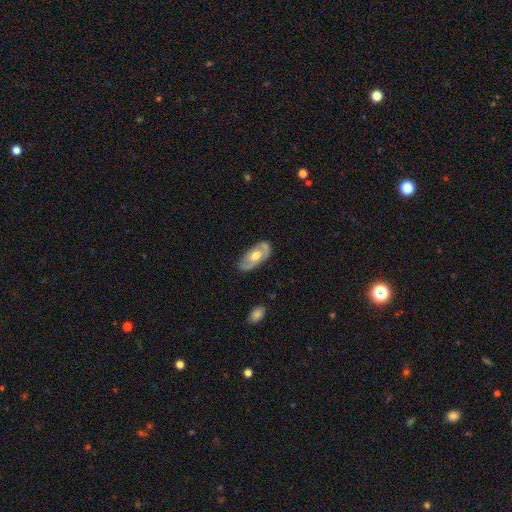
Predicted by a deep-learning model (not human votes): This appears to be a featured or disk galaxy (58%) with no bar (80%), no spiral arms (55%) and a moderate central bulge (70%). Merging: none (75%).